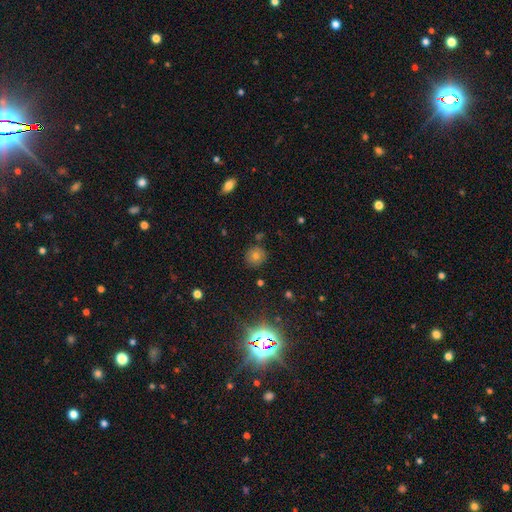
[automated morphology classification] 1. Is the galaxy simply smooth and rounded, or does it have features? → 67% smooth, 21% star or artifact, 12% featured or disk.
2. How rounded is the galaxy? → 92% round, 7% in between, 1% cigar-shaped.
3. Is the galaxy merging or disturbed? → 86% none, 9% minor disturbance, 3% merger, 2% major disturbance.